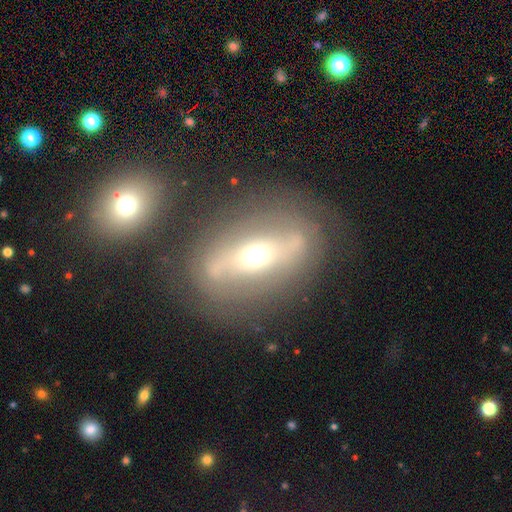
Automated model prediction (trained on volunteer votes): Q: Smooth or featured?
A: featured or disk (70%); runner-up: smooth (22%)
Q: Edge-on disk?
A: no (83%); runner-up: yes (17%)
Q: Bar?
A: strong (45%); runner-up: no (28%)
Q: Spiral arms?
A: yes (59%); runner-up: no (41%)
Q: Bulge size?
A: moderate (68%); runner-up: small (21%)
Q: Merging?
A: none (66%); runner-up: minor disturbance (16%)